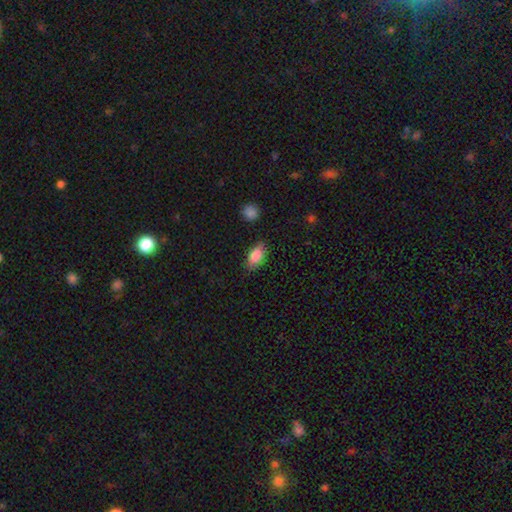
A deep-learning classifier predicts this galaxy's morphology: smooth_or_featured: smooth (p=0.83) [alt: featured or disk p=0.09]
how_rounded: in between (p=0.88) [alt: round p=0.06]
merging: none (p=0.79) [alt: minor disturbance p=0.16]